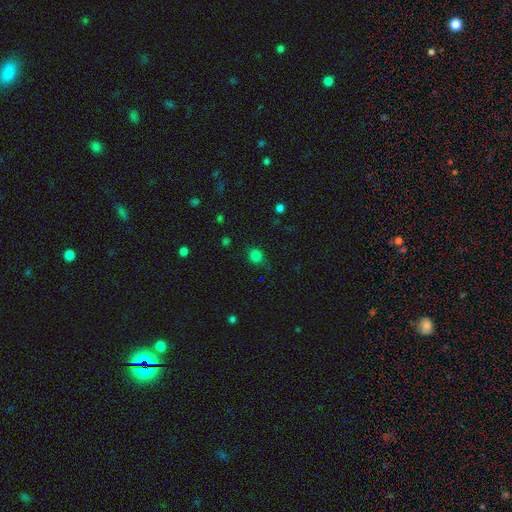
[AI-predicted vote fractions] Morphology: type=smooth (79%); roundness=round (80%); merging=none (74%).